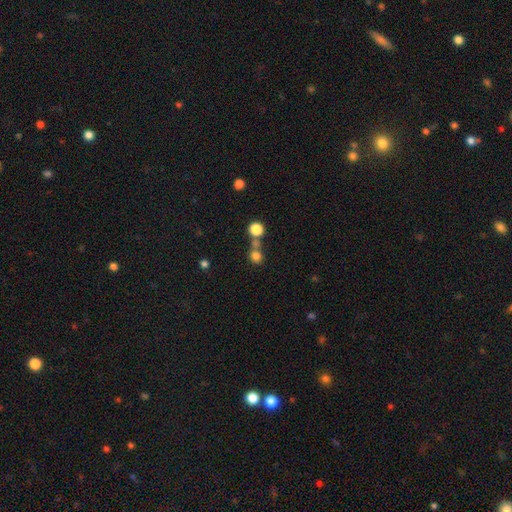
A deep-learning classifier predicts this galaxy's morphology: smooth 78%, star or artifact 15%, featured or disk 7%. Down the decision tree: how rounded — round (87%); merging — none (57%).